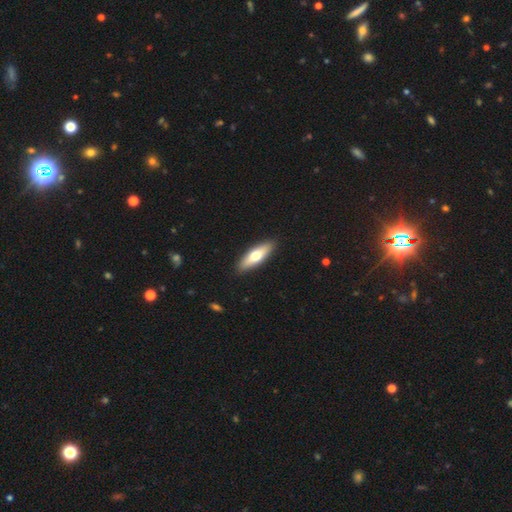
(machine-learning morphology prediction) This appears to be a smooth galaxy with no disk features (62%) that is cigar-shaped (53%). Merging: none (91%).